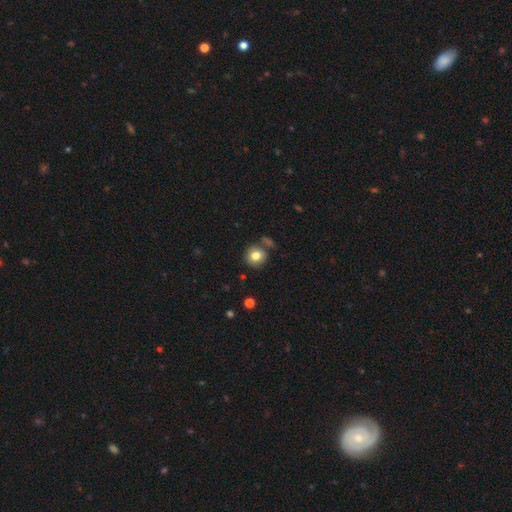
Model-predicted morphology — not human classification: Overall: smooth (79%). How rounded: round (89%). Merging: none (75%).